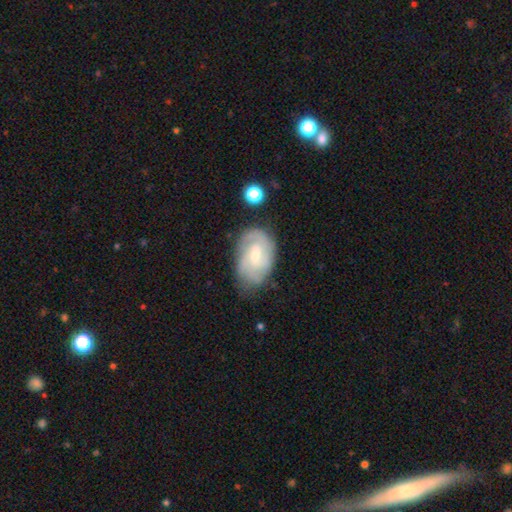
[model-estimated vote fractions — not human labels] Smooth or featured? Predicted: featured or disk (p=0.75). Edge-on disk? Predicted: no (p=0.97). Bar? Predicted: weak (p=0.53). Spiral arms? Predicted: yes (p=0.93). Spiral winding? Predicted: tight (p=0.53). Spiral arm count? Predicted: 2 (p=0.40). Bulge size? Predicted: small (p=0.54). Merging? Predicted: none (p=0.66).